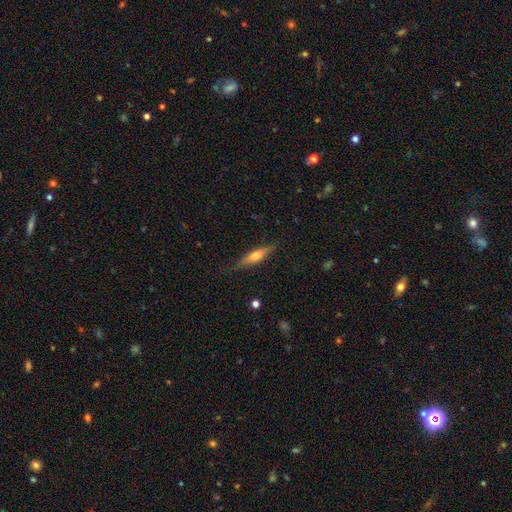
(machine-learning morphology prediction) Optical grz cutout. It shows a smooth galaxy with no disk features (50%). Merging: none (81%).